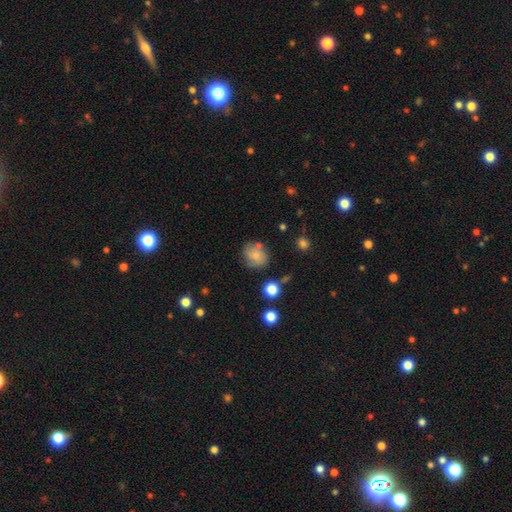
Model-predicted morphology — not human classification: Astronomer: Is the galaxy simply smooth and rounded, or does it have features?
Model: smooth — 70%.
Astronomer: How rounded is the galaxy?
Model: round — 65%.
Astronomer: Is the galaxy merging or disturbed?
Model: none — 68%.